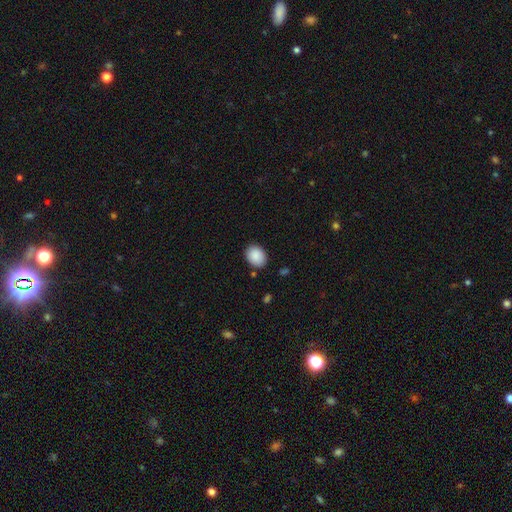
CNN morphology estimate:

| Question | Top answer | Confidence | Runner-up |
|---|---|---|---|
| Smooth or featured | smooth | 89% | star or artifact (7%) |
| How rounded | in between | 60% | round (39%) |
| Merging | none | 85% | minor disturbance (10%) |